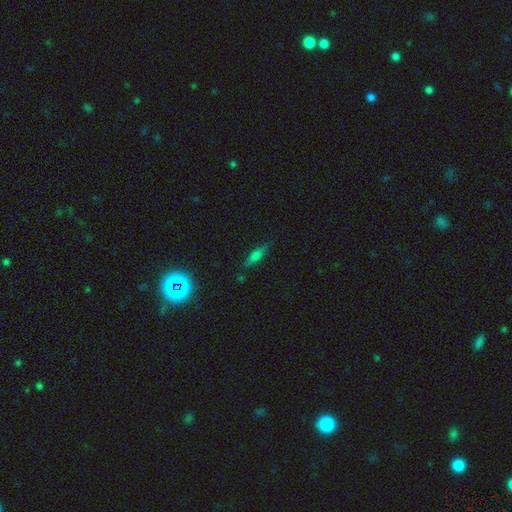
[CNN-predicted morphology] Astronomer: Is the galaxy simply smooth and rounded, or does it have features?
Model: smooth — 50% (runner-up: featured or disk, 37%).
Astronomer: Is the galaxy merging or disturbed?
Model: none — 79%.